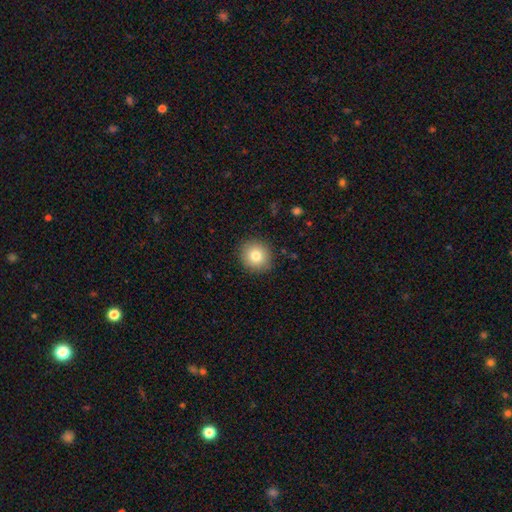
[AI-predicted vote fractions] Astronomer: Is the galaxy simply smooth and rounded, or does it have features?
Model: smooth — 80%.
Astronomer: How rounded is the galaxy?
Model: round — 90%.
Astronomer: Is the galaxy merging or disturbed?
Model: none — 90%.